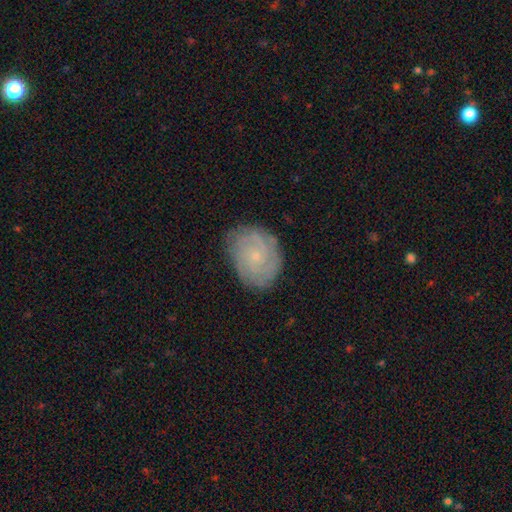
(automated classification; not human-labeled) A featured or disk galaxy (70%) with no bar (80%), tight (73%) spiral arms (92%) and a small central bulge (81%).

Vote fractions:
- Smooth or featured? featured or disk: 70% / smooth: 22% / star or artifact: 8%
- Edge-on disk? no: 97% / yes: 3%
- Bar? no: 80% / weak: 18% / strong: 2%
- Spiral arms? yes: 92% / no: 8%
- Spiral winding? tight: 73% / medium: 21% / loose: 5%
- Spiral arm count? can't tell: 39% / 3: 19% / 2: 18% / 4: 12% / more than 4: 6% / 1: 6%
- Bulge size? small: 81% / moderate: 13% / none: 4% / large: 1% / dominant: 1%
- Merging? none: 80% / minor disturbance: 16% / major disturbance: 4% / merger: 1%